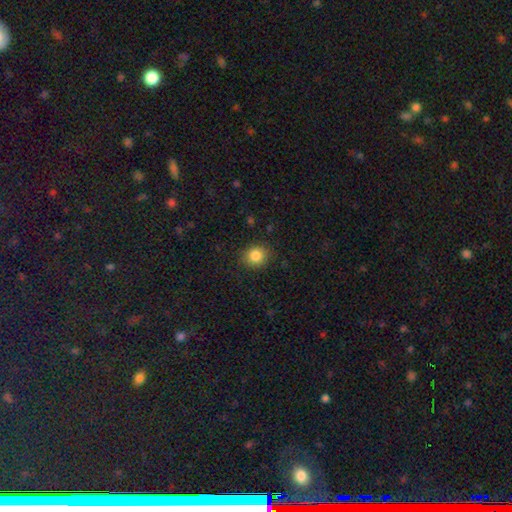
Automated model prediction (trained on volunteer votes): Overall: smooth (84%). How rounded: round (80%). Merging: none (88%).